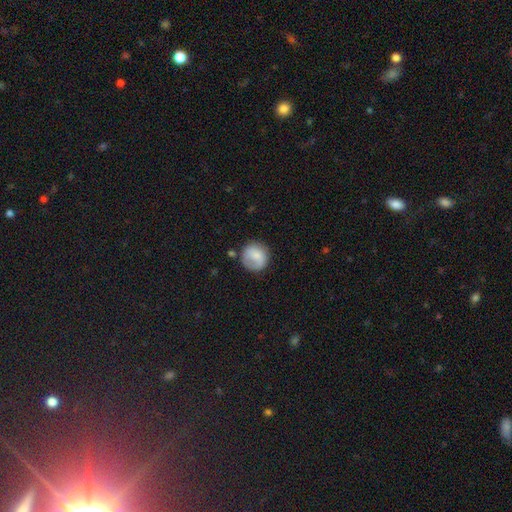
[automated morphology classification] Q: Smooth or featured?
A: smooth (76%); runner-up: featured or disk (17%)
Q: How rounded?
A: round (90%); runner-up: in between (9%)
Q: Merging?
A: none (69%); runner-up: minor disturbance (19%)